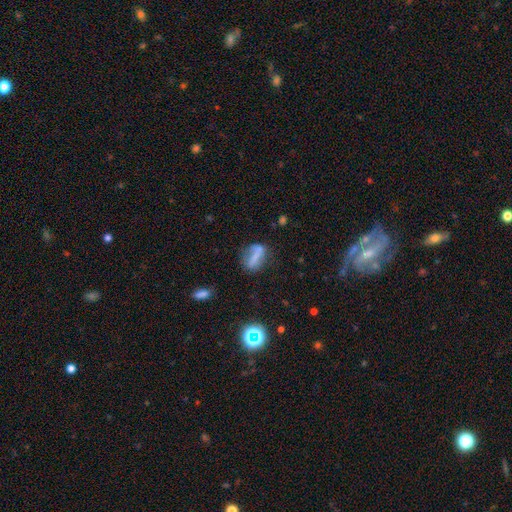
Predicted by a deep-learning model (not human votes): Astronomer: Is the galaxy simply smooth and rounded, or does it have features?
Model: smooth — 60%.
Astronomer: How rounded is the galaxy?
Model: in between — 67%.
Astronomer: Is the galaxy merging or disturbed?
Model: none — 48% (runner-up: minor disturbance, 24%).